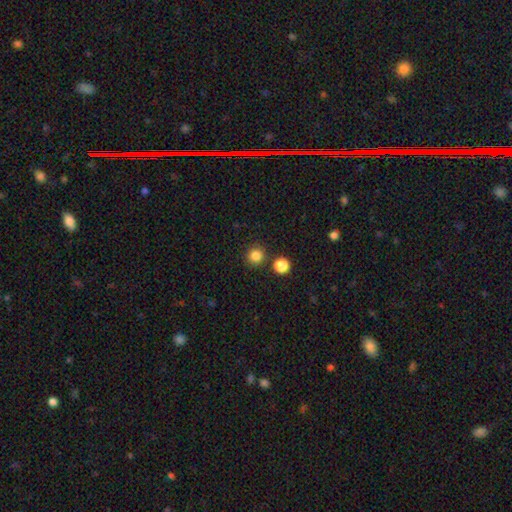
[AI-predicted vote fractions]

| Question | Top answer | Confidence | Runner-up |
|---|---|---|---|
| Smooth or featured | smooth | 84% | star or artifact (12%) |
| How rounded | round | 94% | in between (5%) |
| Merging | none | 87% | minor disturbance (6%) |